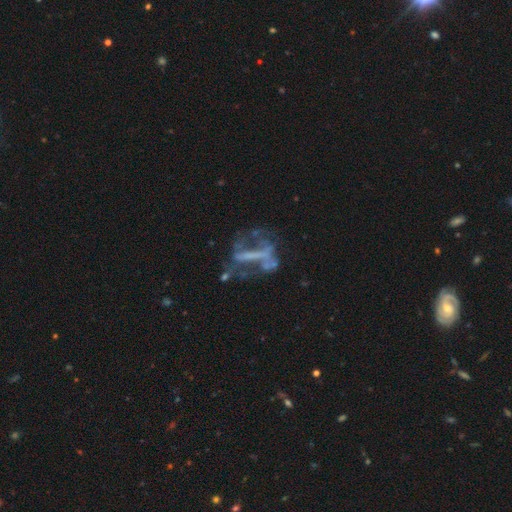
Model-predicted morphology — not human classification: featured or disk 68%, star or artifact 17%, smooth 15%. Down the decision tree: edge-on disk — no (88%); bar — strong (51%); spiral arms — no (69%); bulge size — none (70%); merging — none (39%).